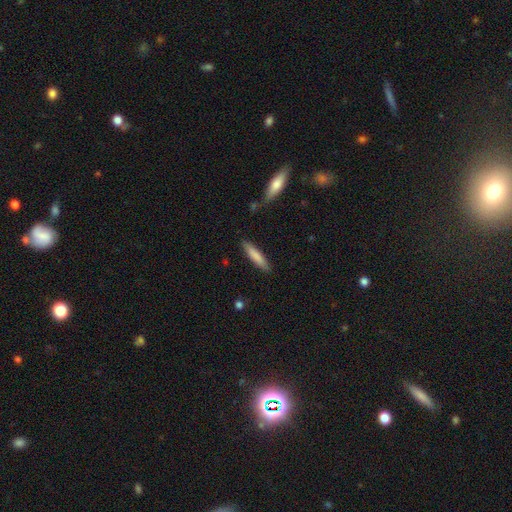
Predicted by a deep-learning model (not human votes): Smooth or featured: smooth — 80% (featured or disk — 15%)
How rounded: cigar-shaped — 86% (in between — 13%)
Merging: none — 87% (minor disturbance — 10%)